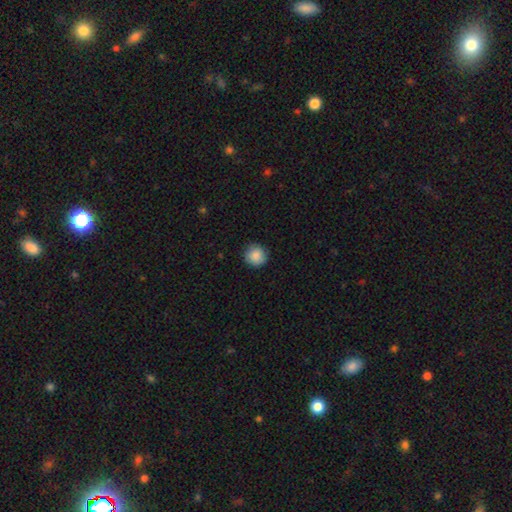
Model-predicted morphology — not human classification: Overall: smooth (87%). How rounded: round (93%). Merging: none (88%).